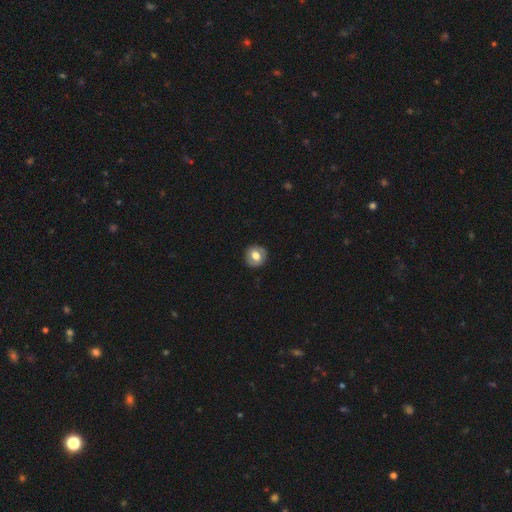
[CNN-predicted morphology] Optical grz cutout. It shows a smooth galaxy with no disk features (68%) that is round (87%). Merging: none (89%).